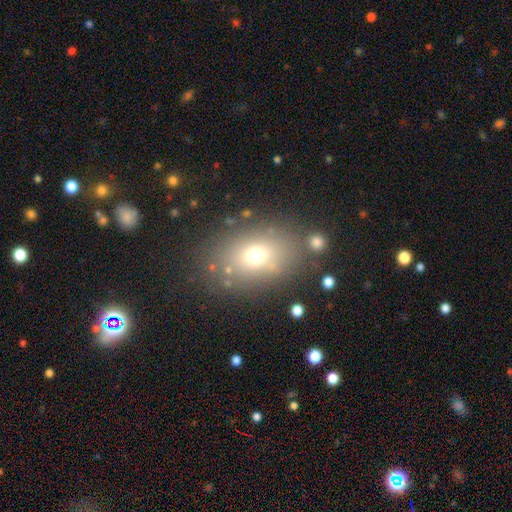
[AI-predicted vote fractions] Smooth or featured?
  - smooth: 68% *
  - star or artifact: 16%
  - featured or disk: 16%
How rounded?
  - in between: 70% *
  - round: 29%
  - cigar-shaped: 2%
Merging?
  - none: 77% *
  - minor disturbance: 12%
  - merger: 6%
  - major disturbance: 5%